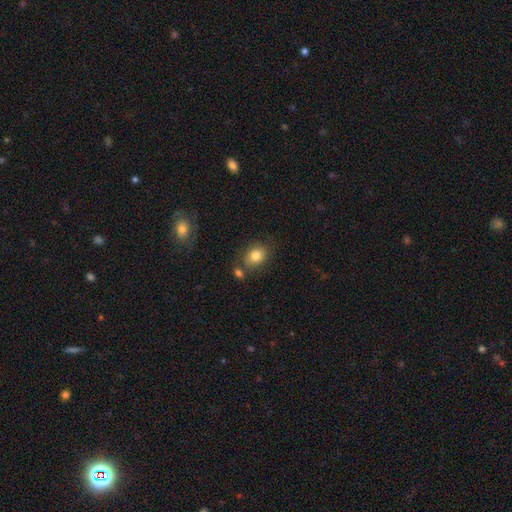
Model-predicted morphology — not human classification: A smooth galaxy with no disk features (81%) that is in between round and cigar-shaped (51%). Merging: none (67%).